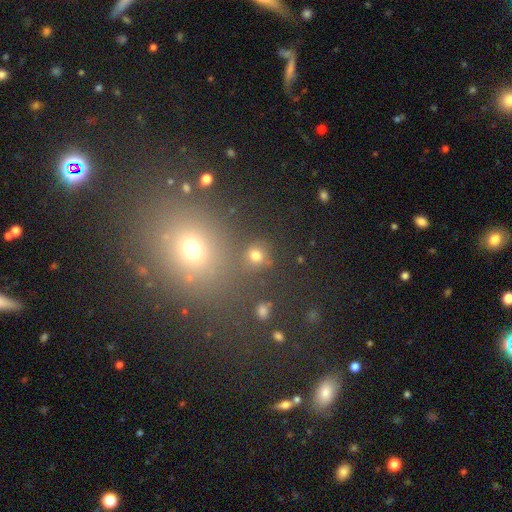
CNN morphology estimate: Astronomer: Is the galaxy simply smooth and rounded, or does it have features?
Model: smooth — 74%.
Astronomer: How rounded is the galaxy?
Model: round — 86%.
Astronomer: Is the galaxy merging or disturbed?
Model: none — 78%.